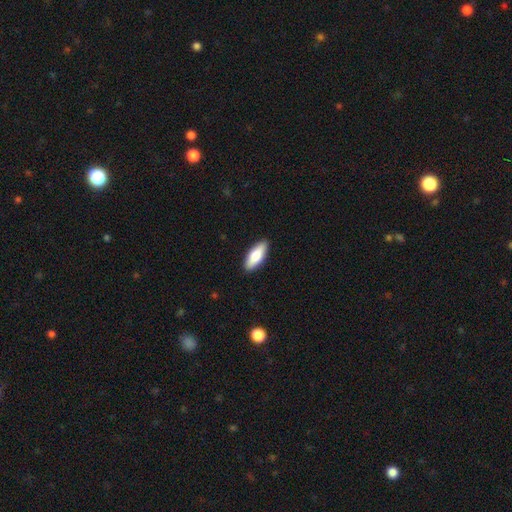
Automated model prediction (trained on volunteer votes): Smooth or featured? smooth (77%)
How rounded? in between (74%)
Merging? none (89%)